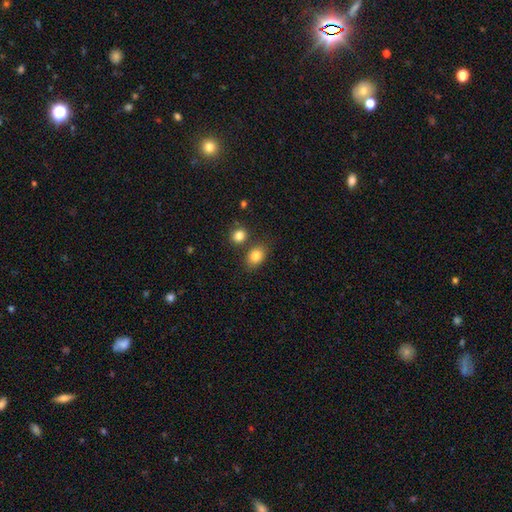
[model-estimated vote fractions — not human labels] smooth-or-featured: smooth: 82% | star or artifact: 10% | featured or disk: 8%
  how-rounded: in between: 66% | round: 33% | cigar-shaped: 1%
  merging: none: 70% | merger: 14% | minor disturbance: 12% | major disturbance: 3%